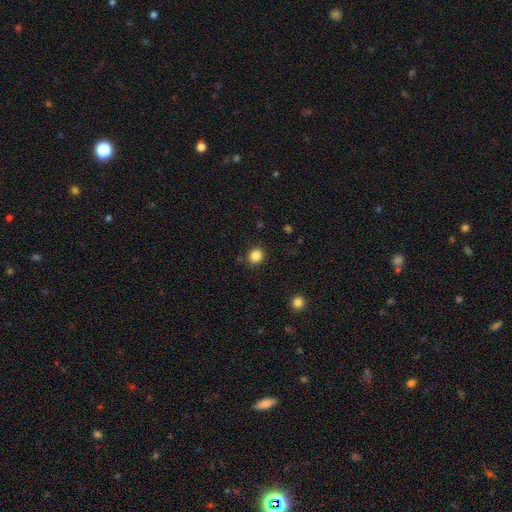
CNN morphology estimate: A smooth galaxy with no disk features (85%) that is round (75%). Merging: none (87%).